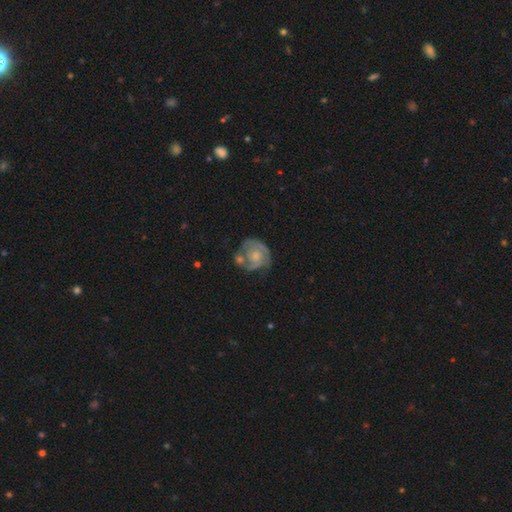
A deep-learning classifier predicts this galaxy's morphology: Smooth or featured? featured or disk (70%)
Edge-on disk? no (98%)
Bar? no (78%)
Spiral arms? yes (80%)
Spiral winding? tight (55%)
Spiral arm count? 2 (42%)
Bulge size? moderate (49%)
Merging? none (48%)